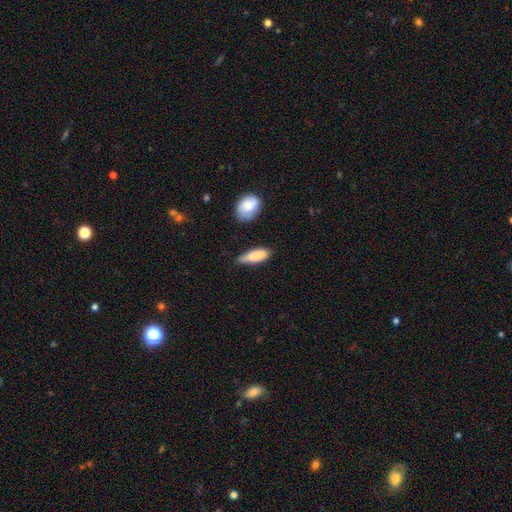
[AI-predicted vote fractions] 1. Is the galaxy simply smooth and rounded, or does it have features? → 83% smooth, 11% featured or disk, 6% star or artifact.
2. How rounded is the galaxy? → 59% in between, 39% cigar-shaped, 2% round.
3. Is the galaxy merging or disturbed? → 55% none, 35% minor disturbance, 6% major disturbance, 4% merger.